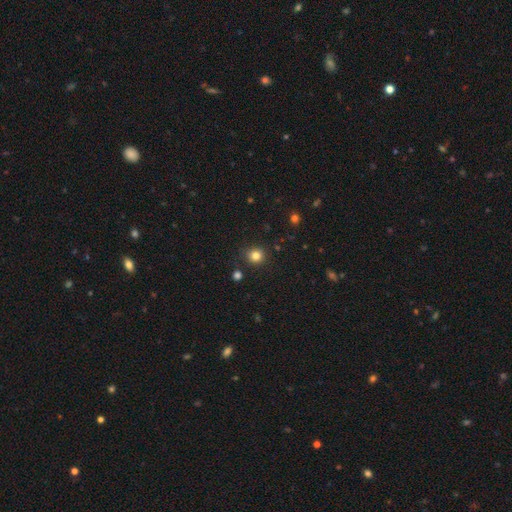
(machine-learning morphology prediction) type=smooth (82%); roundness=round (91%); merging=none (87%).